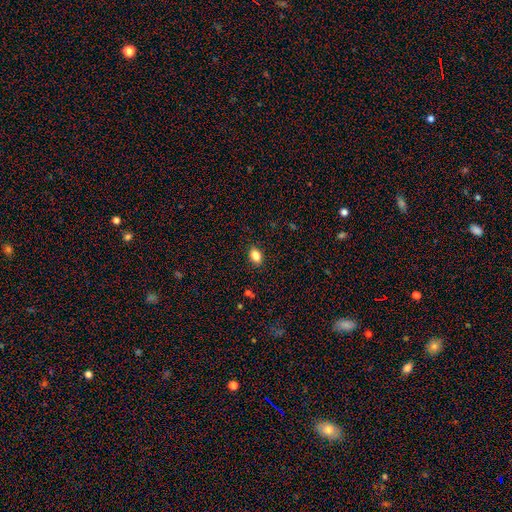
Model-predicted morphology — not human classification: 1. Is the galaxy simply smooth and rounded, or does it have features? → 84% smooth, 10% star or artifact, 6% featured or disk.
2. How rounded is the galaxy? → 80% in between, 18% round, 2% cigar-shaped.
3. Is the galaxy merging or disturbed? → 88% none, 9% minor disturbance, 2% major disturbance, 1% merger.